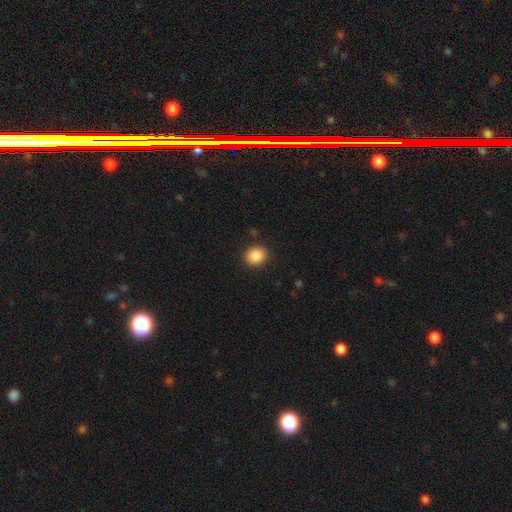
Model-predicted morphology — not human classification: smooth-or-featured: smooth: 88% | star or artifact: 9% | featured or disk: 3%
  how-rounded: round: 80% | in between: 19% | cigar-shaped: 1%
  merging: none: 89% | minor disturbance: 7% | major disturbance: 3% | merger: 1%